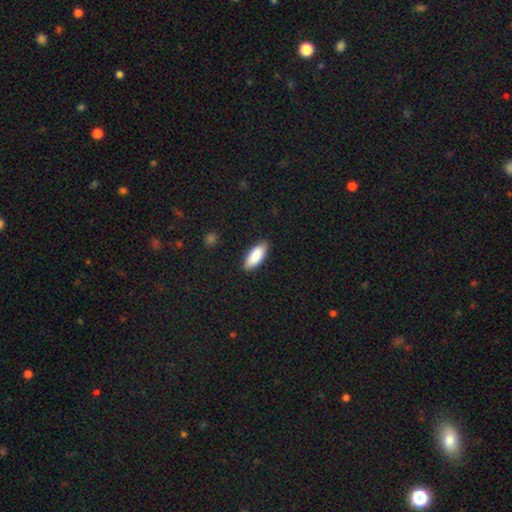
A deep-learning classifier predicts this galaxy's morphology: smooth 87%, featured or disk 7%, star or artifact 6%. Down the decision tree: how rounded — in between (82%); merging — none (86%).